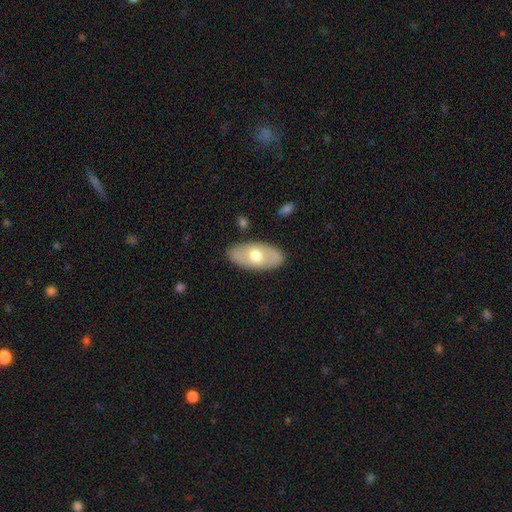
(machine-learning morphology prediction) A smooth galaxy with no disk features (54%) that is in between round and cigar-shaped (93%).

Vote fractions:
- Smooth or featured? smooth: 54% / featured or disk: 40% / star or artifact: 6%
- How rounded? in between: 93% / round: 4% / cigar-shaped: 3%
- Merging? none: 86% / minor disturbance: 10% / major disturbance: 2% / merger: 2%